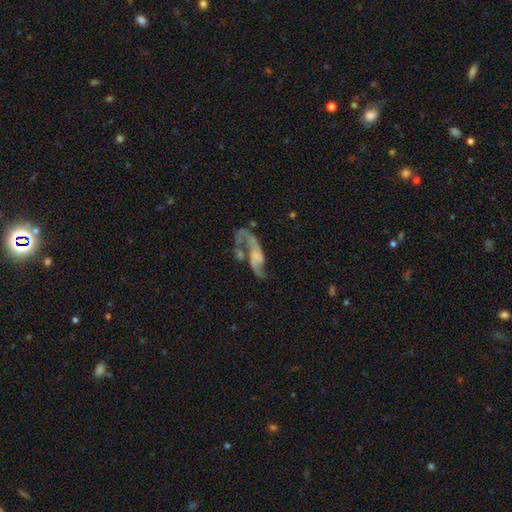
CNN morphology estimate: A featured or disk galaxy (78%) with no bar (57%), 2 (79%) loose (72%) spiral arms (85%) and no central bulge (60%).

Vote fractions:
- Smooth or featured? featured or disk: 78% / smooth: 13% / star or artifact: 9%
- Edge-on disk? no: 94% / yes: 6%
- Bar? no: 57% / weak: 30% / strong: 13%
- Spiral arms? yes: 85% / no: 15%
- Spiral winding? loose: 72% / medium: 22% / tight: 6%
- Spiral arm count? 2: 79% / 1: 13% / can't tell: 5% / 3: 2% / 4: 1% / more than 4: 1%
- Bulge size? none: 60% / small: 20% / moderate: 13% / large: 6% / dominant: 2%
- Merging? none: 34% / major disturbance: 33% / merger: 17% / minor disturbance: 16%